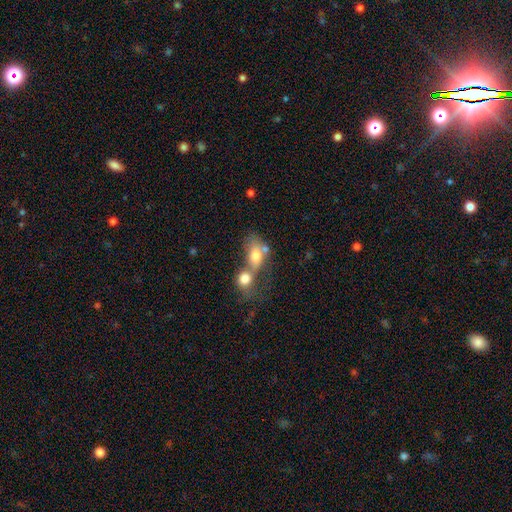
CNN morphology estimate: The model was most divided on "how rounded": in between: 72%, round: 25%, cigar-shaped: 3%. More confident: smooth or featured — smooth (72%); merging — merger (70%).